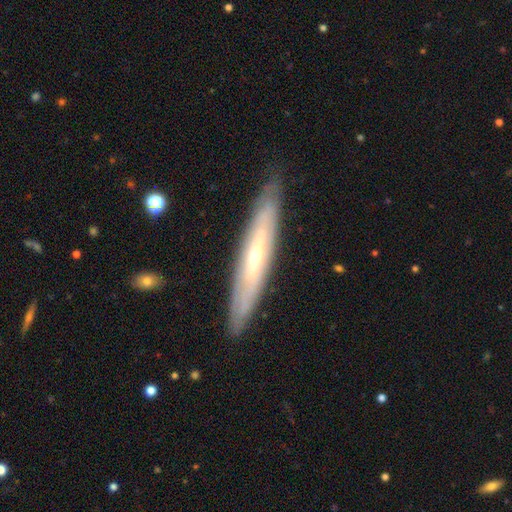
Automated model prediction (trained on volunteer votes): smooth_or_featured: featured or disk (p=0.72) [alt: smooth p=0.22]
disk_edge_on: yes (p=0.70) [alt: no p=0.30]
edge_on_bulge: rounded (p=0.65) [alt: none p=0.32]
merging: none (p=0.86) [alt: minor disturbance p=0.10]